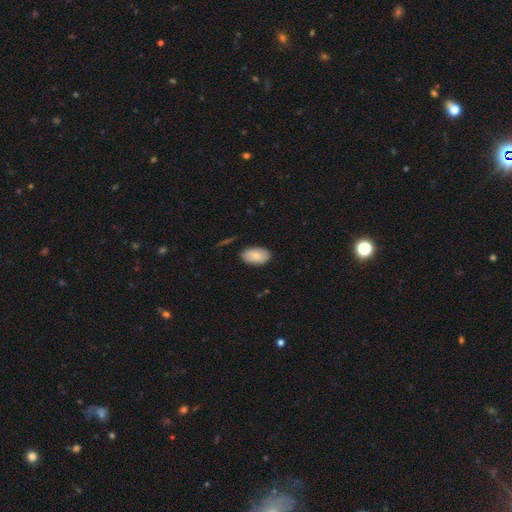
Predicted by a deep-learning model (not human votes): A smooth galaxy with no disk features (84%) that is in between round and cigar-shaped (93%). Merging: none (86%).